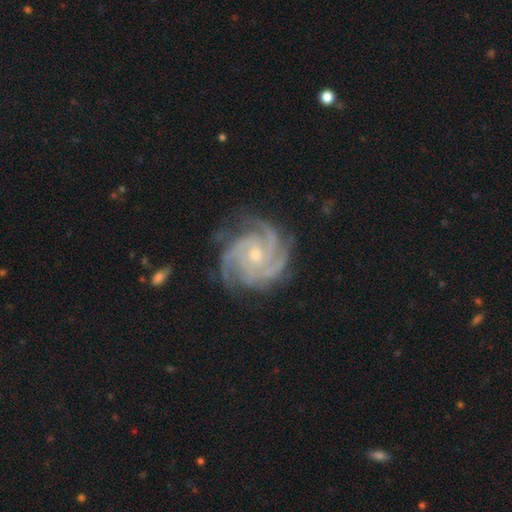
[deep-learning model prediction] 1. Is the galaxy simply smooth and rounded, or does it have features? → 92% featured or disk, 5% star or artifact, 3% smooth.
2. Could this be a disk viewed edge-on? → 98% no, 2% yes.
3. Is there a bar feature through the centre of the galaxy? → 73% no, 22% weak, 6% strong.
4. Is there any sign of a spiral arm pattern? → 99% yes, 1% no.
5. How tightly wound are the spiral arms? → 69% tight, 28% medium, 3% loose.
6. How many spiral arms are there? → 40% 3, 28% 4, 10% 2, 10% can't tell, 7% more than 4, 6% 1.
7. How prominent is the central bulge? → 59% small, 38% moderate, 1% none, 1% large, 1% dominant.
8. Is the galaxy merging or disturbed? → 77% none, 17% minor disturbance, 5% major disturbance, 1% merger.